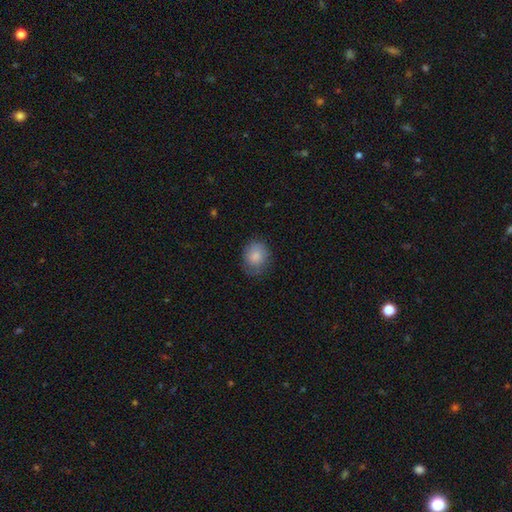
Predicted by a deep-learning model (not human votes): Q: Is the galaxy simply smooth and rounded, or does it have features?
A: smooth — 84%.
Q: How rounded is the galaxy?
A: round — 62%.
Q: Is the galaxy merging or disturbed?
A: none — 72%.